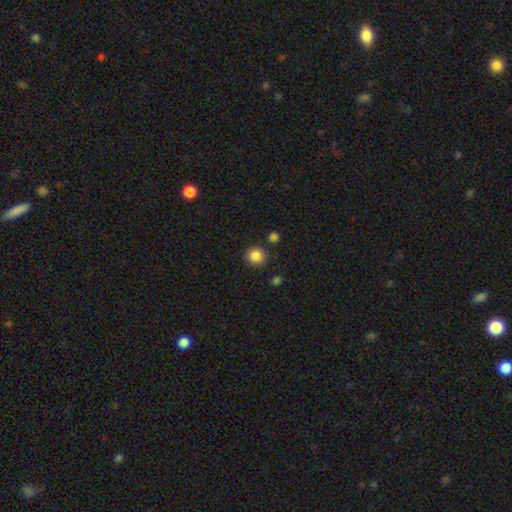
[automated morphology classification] smooth 86%, star or artifact 10%, featured or disk 4%. Down the decision tree: how rounded — round (93%); merging — none (86%).